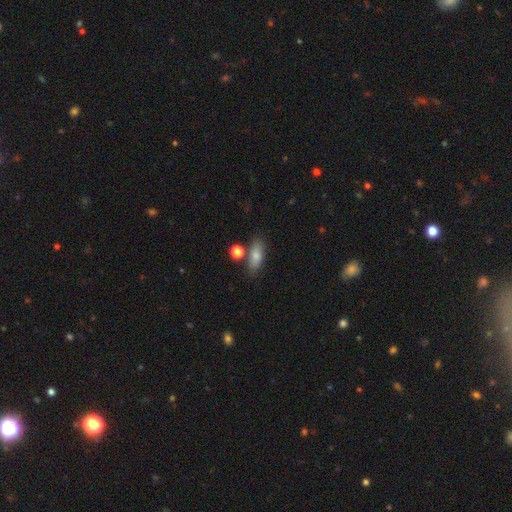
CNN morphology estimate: The model was most divided on "how rounded": in between: 73%, cigar-shaped: 21%, round: 7%. More confident: smooth or featured — smooth (79%); merging — none (72%).